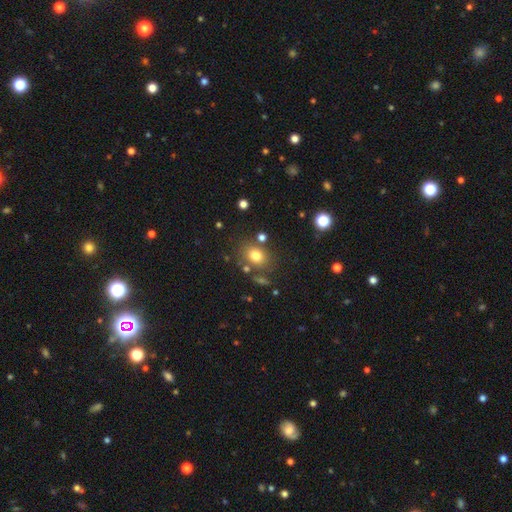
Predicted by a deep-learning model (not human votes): smooth-or-featured: smooth: 76% | star or artifact: 13% | featured or disk: 11%
  how-rounded: round: 52% | in between: 47% | cigar-shaped: 1%
  merging: none: 76% | minor disturbance: 12% | merger: 8% | major disturbance: 5%